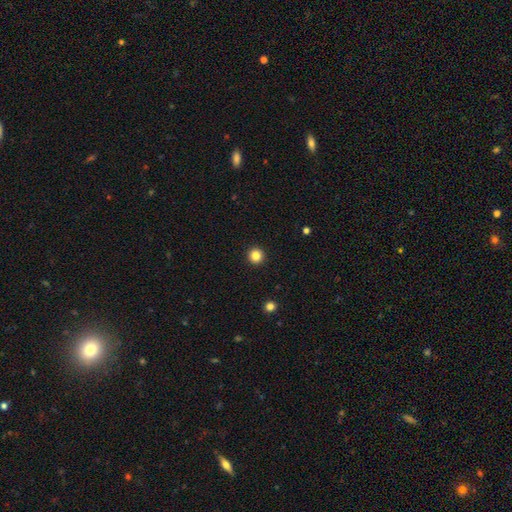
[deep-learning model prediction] smooth_or_featured: smooth (p=0.83) [alt: star or artifact p=0.12]
how_rounded: round (p=0.96) [alt: in between p=0.03]
merging: none (p=0.94) [alt: minor disturbance p=0.04]